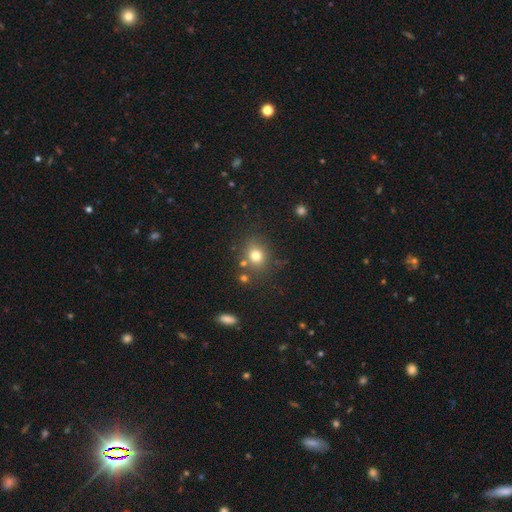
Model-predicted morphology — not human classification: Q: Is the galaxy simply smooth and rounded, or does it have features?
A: smooth — 76%.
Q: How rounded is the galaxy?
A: round — 73%.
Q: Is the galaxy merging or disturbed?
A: none — 74%.